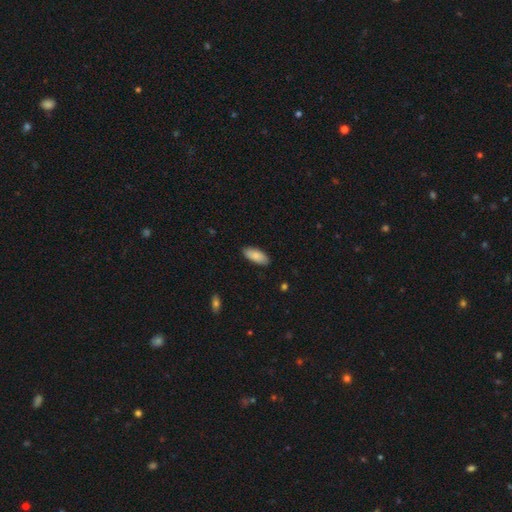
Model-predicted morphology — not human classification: A smooth galaxy with no disk features (86%) that is in between round and cigar-shaped (83%). Merging: none (88%).